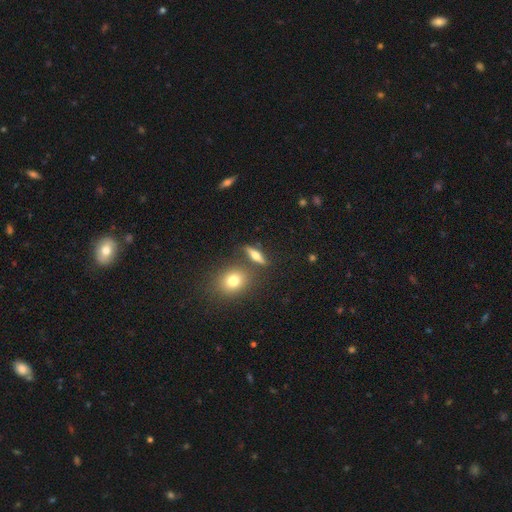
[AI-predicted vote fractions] This is possibly a featured or disk galaxy (51%). It is clearly viewed edge-on (88%). Merging: likely none (79%).